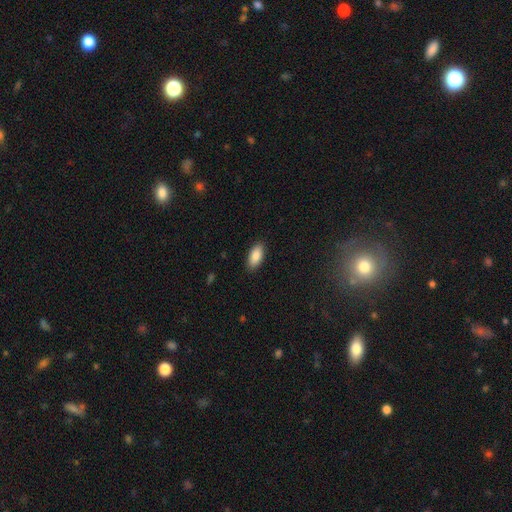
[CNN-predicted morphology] type=smooth (88%); roundness=in between (90%); merging=none (88%).